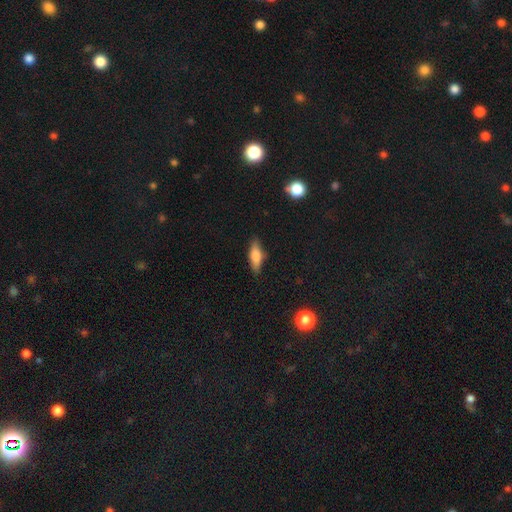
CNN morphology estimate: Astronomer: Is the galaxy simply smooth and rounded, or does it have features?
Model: smooth — 71%.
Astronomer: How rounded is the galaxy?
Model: in between — 57% (runner-up: cigar-shaped, 40%).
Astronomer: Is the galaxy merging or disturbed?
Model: none — 84%.